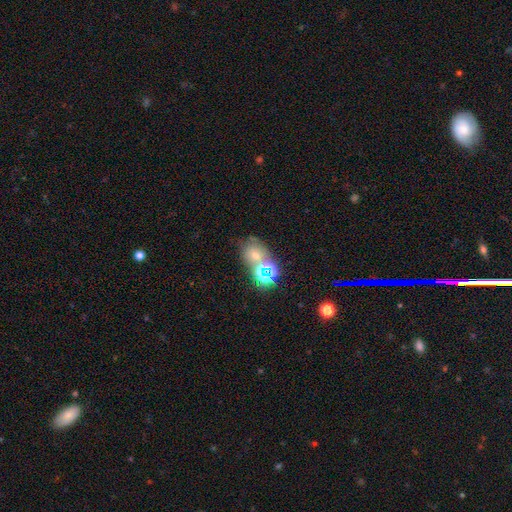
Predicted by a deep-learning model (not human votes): A smooth galaxy with no disk features (41%).

Vote fractions:
- Smooth or featured? smooth: 41% / star or artifact: 37% / featured or disk: 22%
- Merging? none: 49% / merger: 33% / minor disturbance: 12% / major disturbance: 7%